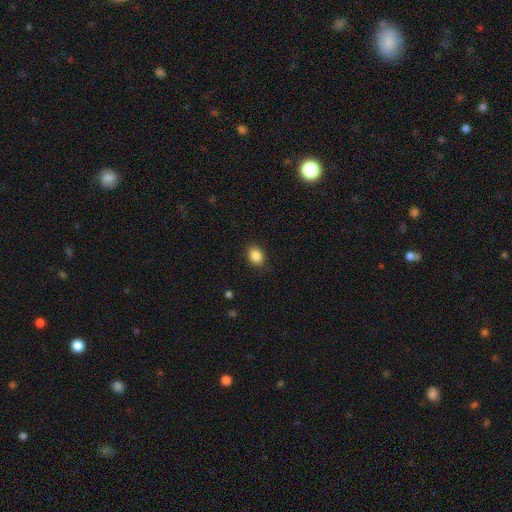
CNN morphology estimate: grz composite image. It shows a smooth galaxy with no disk features (86%) that is in between round and cigar-shaped (67%). Merging: none (88%).